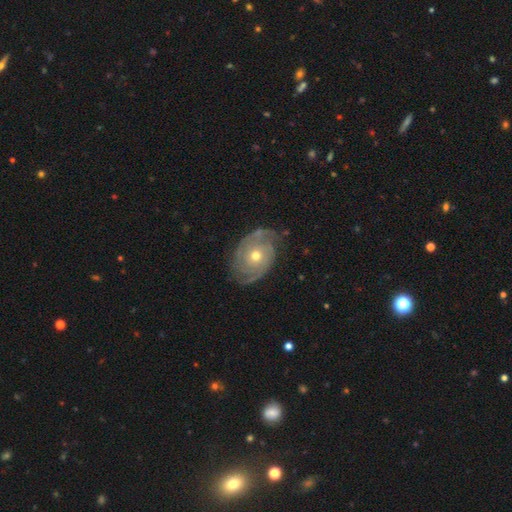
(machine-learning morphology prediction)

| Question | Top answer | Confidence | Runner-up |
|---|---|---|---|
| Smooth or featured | featured or disk | 87% | smooth (7%) |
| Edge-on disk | no | 97% | yes (3%) |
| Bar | no | 81% | weak (15%) |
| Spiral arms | yes | 96% | no (4%) |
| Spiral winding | tight | 68% | medium (25%) |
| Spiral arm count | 2 | 49% | 3 (20%) |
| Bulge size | moderate | 63% | small (33%) |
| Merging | none | 77% | minor disturbance (17%) |